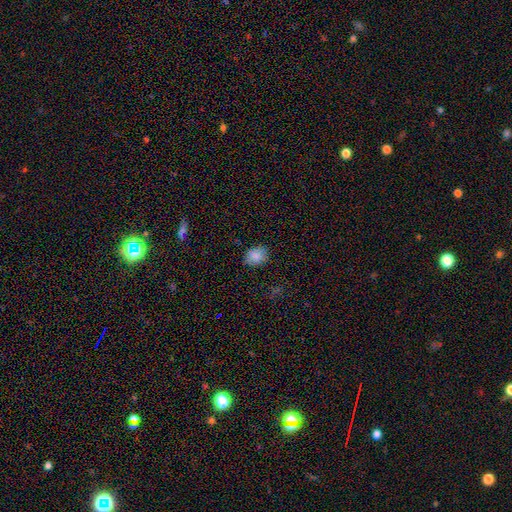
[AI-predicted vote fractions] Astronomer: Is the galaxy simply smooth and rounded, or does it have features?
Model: smooth — 84%.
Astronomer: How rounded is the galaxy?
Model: in between — 50% (runner-up: round, 49%).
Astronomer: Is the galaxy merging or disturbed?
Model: none — 80%.